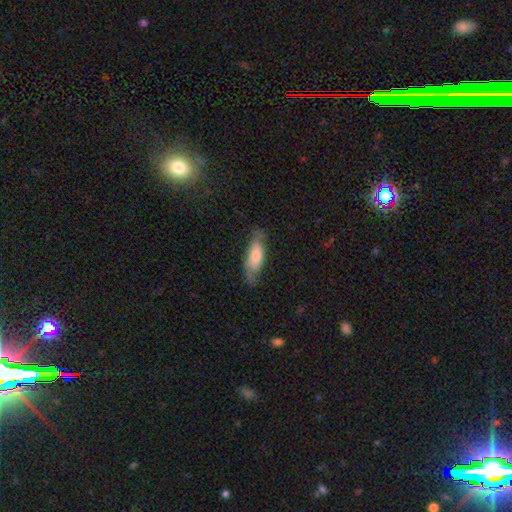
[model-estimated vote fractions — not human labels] This is likely a smooth galaxy (67%). How rounded: likely in between (62%). Merging: likely none (63%).